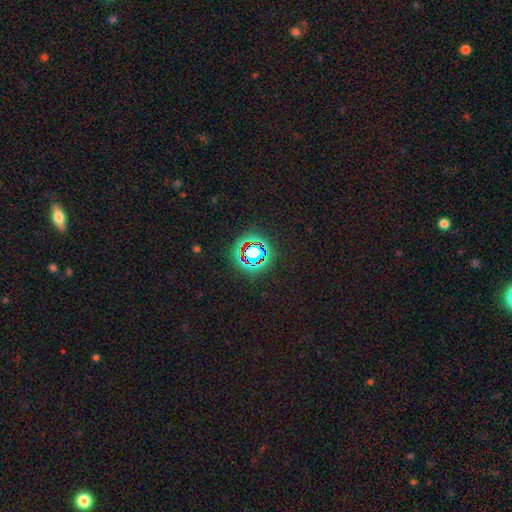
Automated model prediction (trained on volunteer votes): Morphology: type=star or artifact (77%).